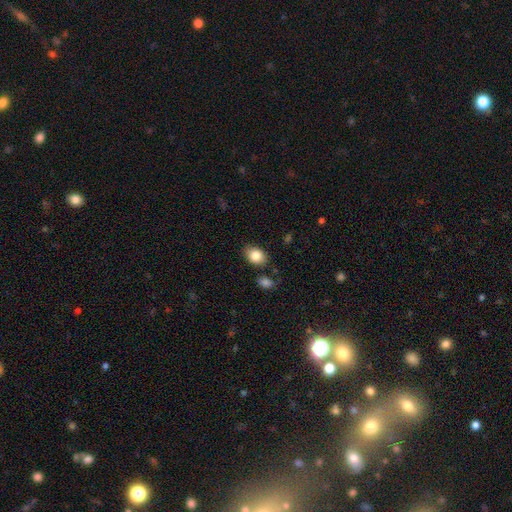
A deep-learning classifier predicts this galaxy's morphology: smooth_or_featured: smooth (p=0.85) [alt: star or artifact p=0.08]
how_rounded: in between (p=0.73) [alt: round p=0.25]
merging: none (p=0.82) [alt: minor disturbance p=0.12]